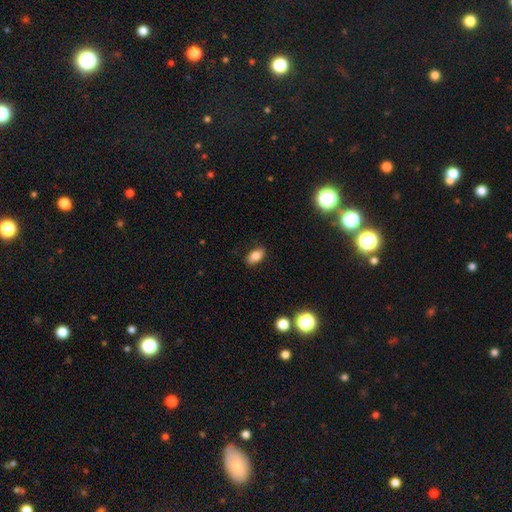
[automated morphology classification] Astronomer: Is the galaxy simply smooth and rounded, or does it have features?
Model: smooth — 81%.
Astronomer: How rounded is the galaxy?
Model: in between — 90%.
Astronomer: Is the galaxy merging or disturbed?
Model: none — 85%.